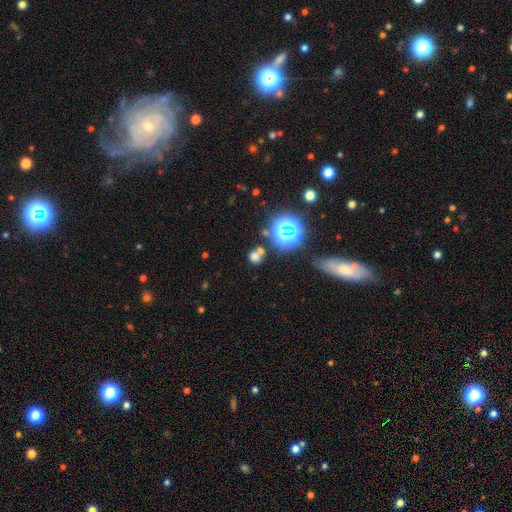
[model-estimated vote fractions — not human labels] smooth_or_featured: smooth (p=0.59) [alt: star or artifact p=0.32]
how_rounded: round (p=0.79) [alt: in between p=0.20]
merging: none (p=0.59) [alt: merger p=0.25]